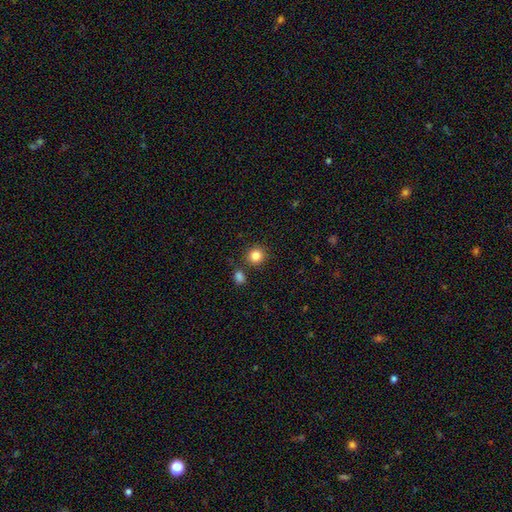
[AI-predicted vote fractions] This is clearly a smooth galaxy (84%). How rounded: clearly round (91%). Merging: clearly none (84%).